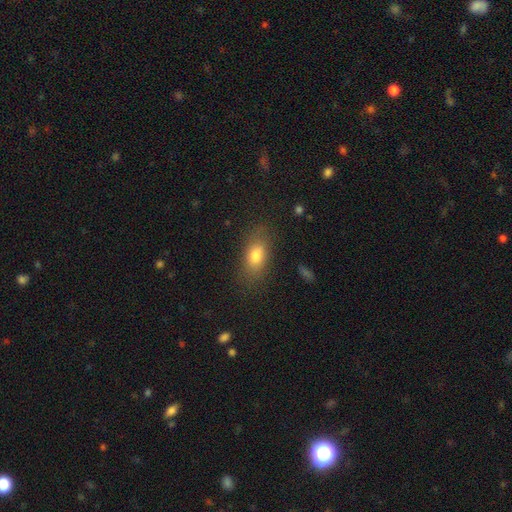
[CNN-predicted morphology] This appears to be a smooth galaxy with no disk features (79%) that is in between round and cigar-shaped (83%). Merging: none (80%).